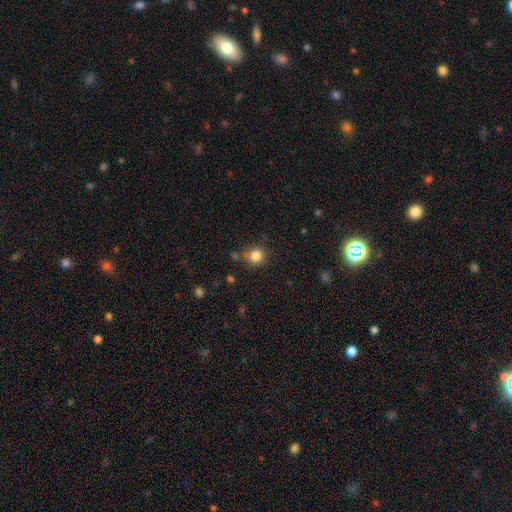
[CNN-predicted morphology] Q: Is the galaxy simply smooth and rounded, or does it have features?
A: smooth — 83%.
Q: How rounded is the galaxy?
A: round — 85%.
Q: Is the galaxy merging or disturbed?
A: none — 78%.